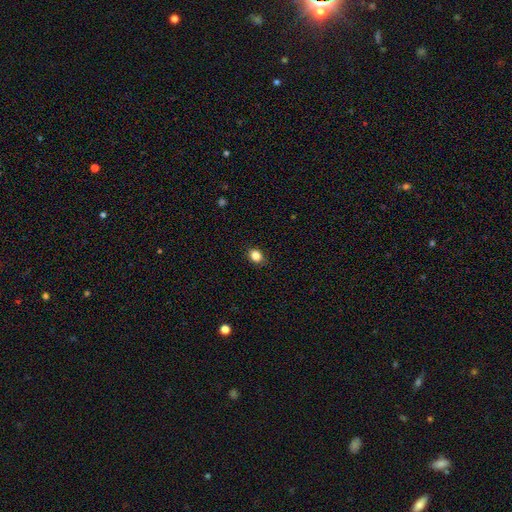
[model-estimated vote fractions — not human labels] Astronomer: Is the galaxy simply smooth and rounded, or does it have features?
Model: smooth — 85%.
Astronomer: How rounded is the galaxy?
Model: round — 59% (runner-up: in between, 40%).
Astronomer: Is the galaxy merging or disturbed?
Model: none — 90%.